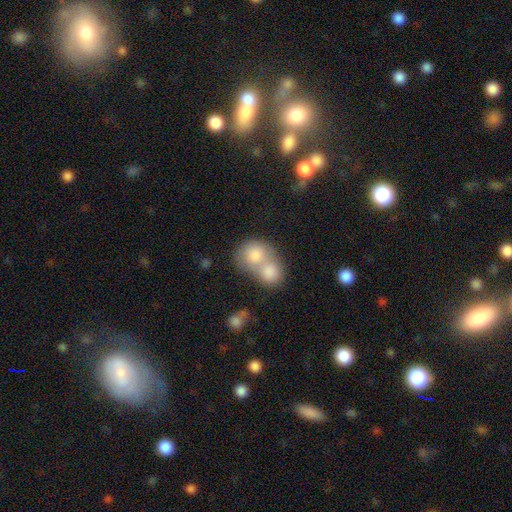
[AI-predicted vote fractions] Smooth or featured?
  - smooth: 77% *
  - featured or disk: 14%
  - star or artifact: 8%
How rounded?
  - round: 67% *
  - in between: 32%
  - cigar-shaped: 1%
Merging?
  - merger: 70% *
  - none: 21%
  - minor disturbance: 6%
  - major disturbance: 3%